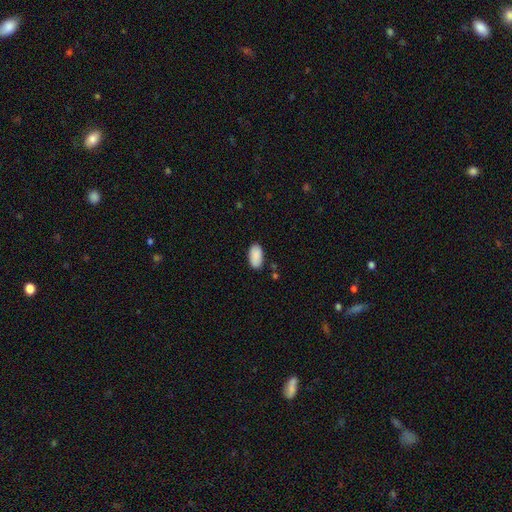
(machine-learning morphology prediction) A smooth galaxy with no disk features (91%) that is in between round and cigar-shaped (95%).

Vote fractions:
- Smooth or featured? smooth: 91% / star or artifact: 6% / featured or disk: 3%
- How rounded? in between: 95% / round: 3% / cigar-shaped: 2%
- Merging? none: 84% / minor disturbance: 11% / major disturbance: 2% / merger: 2%